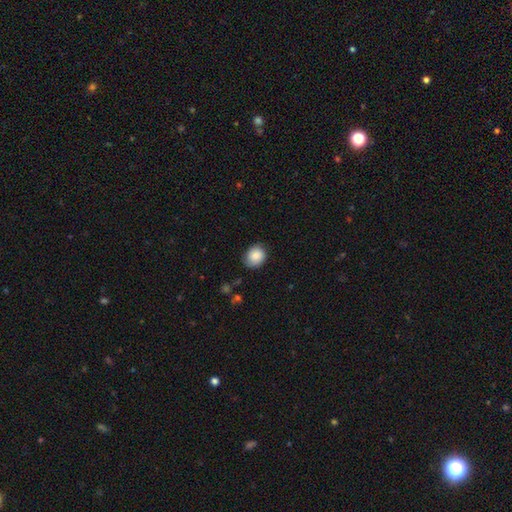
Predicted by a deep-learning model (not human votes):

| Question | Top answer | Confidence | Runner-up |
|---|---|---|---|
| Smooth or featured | smooth | 85% | featured or disk (8%) |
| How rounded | round | 63% | in between (36%) |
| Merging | none | 78% | minor disturbance (18%) |